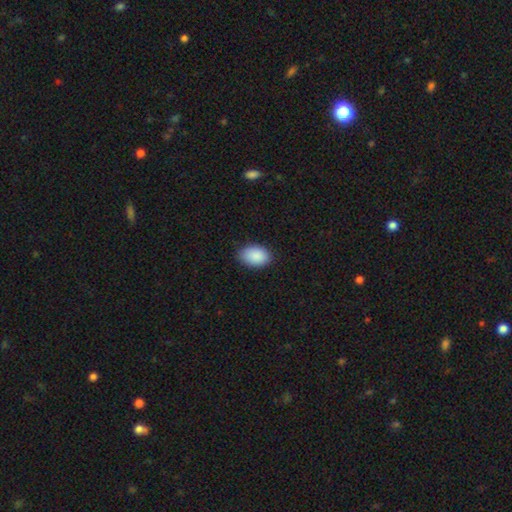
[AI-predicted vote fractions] The model was most divided on "merging": none: 85%, minor disturbance: 11%, major disturbance: 2%, merger: 1%. More confident: smooth or featured — smooth (90%); how rounded — in between (89%).